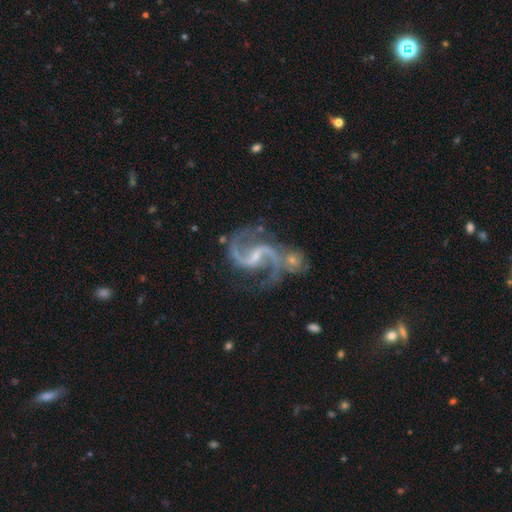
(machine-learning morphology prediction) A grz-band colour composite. It shows a featured or disk galaxy (93%) with a weak bar (52%), 2 (94%) medium (48%) spiral arms (98%) and a small central bulge (65%). Merging: none (53%).